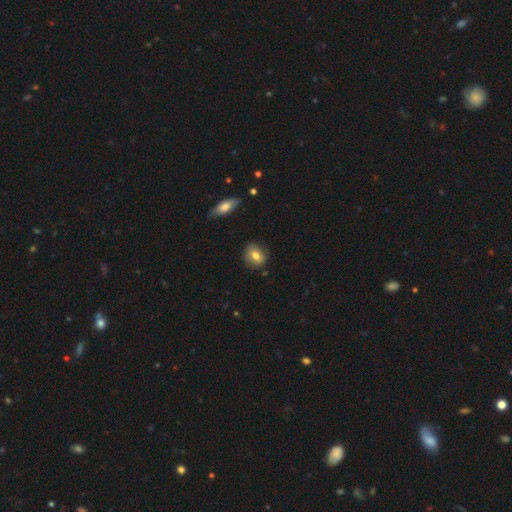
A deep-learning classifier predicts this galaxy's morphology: smooth_or_featured: smooth (p=0.74) [alt: featured or disk p=0.18]
how_rounded: round (p=0.57) [alt: in between p=0.41]
merging: none (p=0.81) [alt: minor disturbance p=0.15]